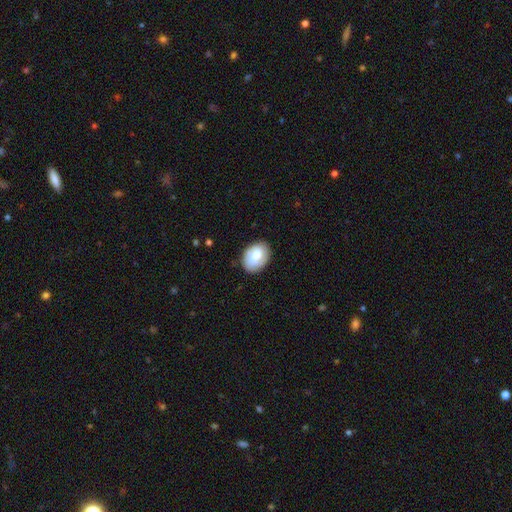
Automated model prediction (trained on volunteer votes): Overall: smooth (66%; featured or disk 27%). How rounded: in between (77%). Merging: none (77%).